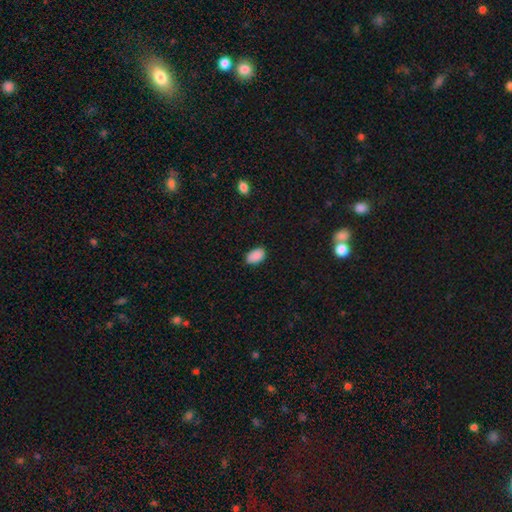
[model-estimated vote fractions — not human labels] smooth 89%, star or artifact 8%, featured or disk 3%. Down the decision tree: how rounded — in between (91%); merging — none (83%).